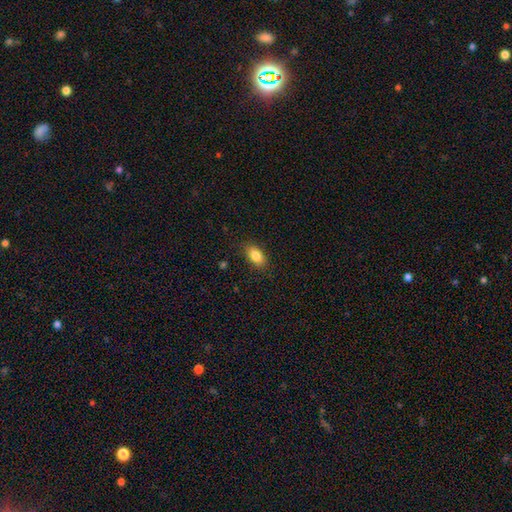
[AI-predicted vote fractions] smooth-or-featured: smooth: 84% | star or artifact: 8% | featured or disk: 8%
  how-rounded: in between: 90% | round: 7% | cigar-shaped: 3%
  merging: none: 85% | minor disturbance: 11% | major disturbance: 3% | merger: 1%